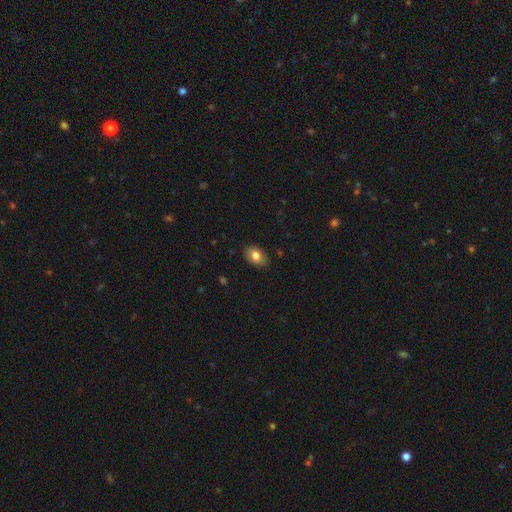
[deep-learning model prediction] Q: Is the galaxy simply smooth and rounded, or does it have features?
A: smooth — 81%.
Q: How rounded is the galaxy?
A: in between — 83%.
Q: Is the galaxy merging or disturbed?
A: none — 85%.